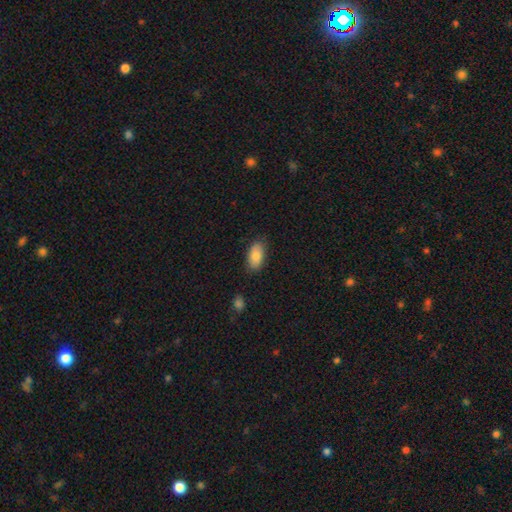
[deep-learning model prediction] Smooth or featured? smooth (83%)
How rounded? in between (92%)
Merging? none (83%)